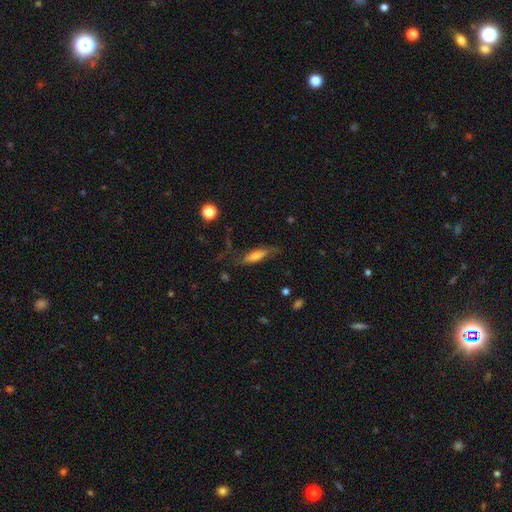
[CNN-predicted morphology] Smooth or featured? Predicted: smooth (p=0.55). How rounded? Predicted: cigar-shaped (p=0.59). Merging? Predicted: none (p=0.64).